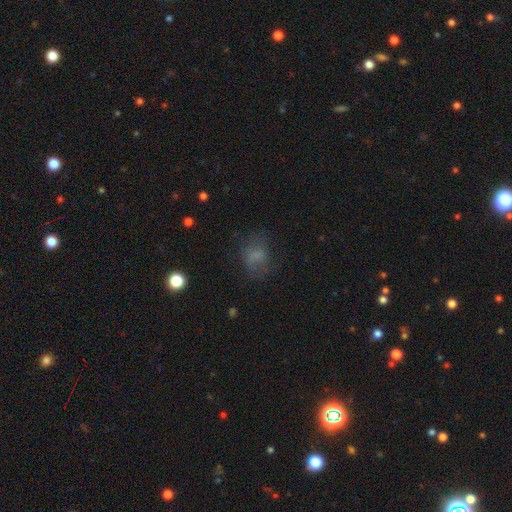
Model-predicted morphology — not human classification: Q: Smooth or featured?
A: smooth (65%); runner-up: featured or disk (19%)
Q: How rounded?
A: in between (51%); runner-up: round (47%)
Q: Merging?
A: none (60%); runner-up: minor disturbance (21%)